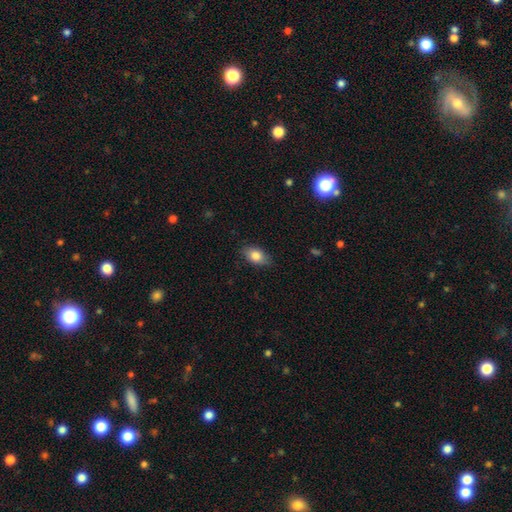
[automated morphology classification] Smooth or featured? Predicted: smooth (p=0.82). How rounded? Predicted: in between (p=0.87). Merging? Predicted: none (p=0.83).